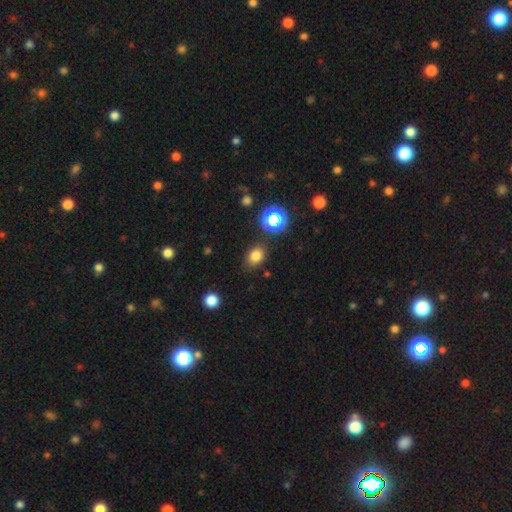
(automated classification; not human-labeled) Q: Smooth or featured?
A: smooth (78%); runner-up: star or artifact (16%)
Q: How rounded?
A: in between (59%); runner-up: round (40%)
Q: Merging?
A: none (82%); runner-up: minor disturbance (12%)